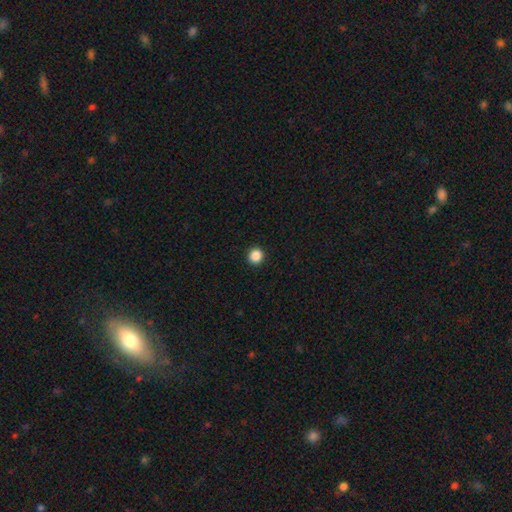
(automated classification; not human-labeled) A smooth galaxy with no disk features (87%) that is round (95%).

Vote fractions:
- Smooth or featured? smooth: 87% / star or artifact: 10% / featured or disk: 3%
- How rounded? round: 95% / in between: 4% / cigar-shaped: 1%
- Merging? none: 94% / minor disturbance: 4% / major disturbance: 1% / merger: 1%